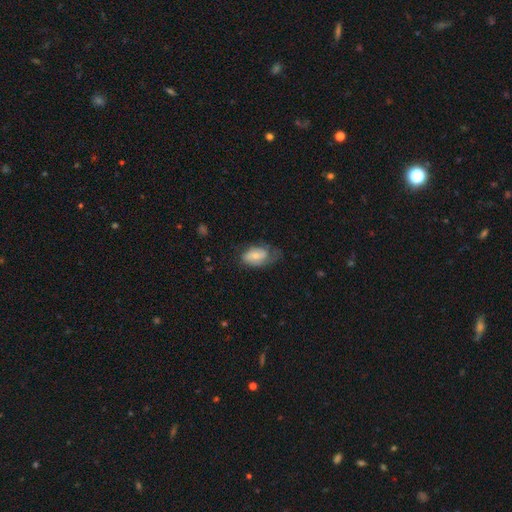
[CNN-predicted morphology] smooth_or_featured: smooth (p=0.55) [alt: featured or disk p=0.38]
how_rounded: in between (p=0.90) [alt: round p=0.07]
merging: none (p=0.45) [alt: minor disturbance p=0.34]